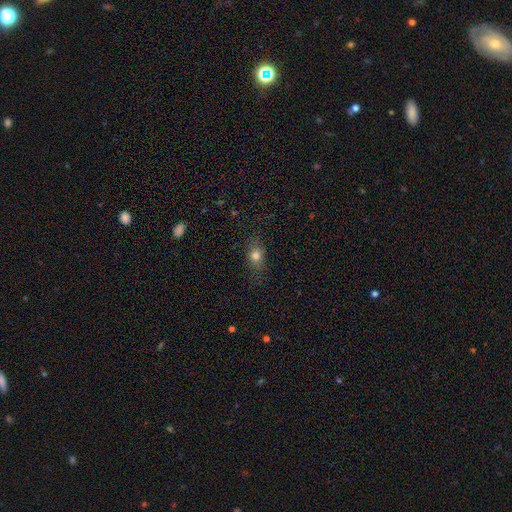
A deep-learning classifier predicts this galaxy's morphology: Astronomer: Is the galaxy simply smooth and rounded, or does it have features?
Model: smooth — 75%.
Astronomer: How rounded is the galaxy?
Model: in between — 58% (runner-up: round, 37%).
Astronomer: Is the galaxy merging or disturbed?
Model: none — 79%.